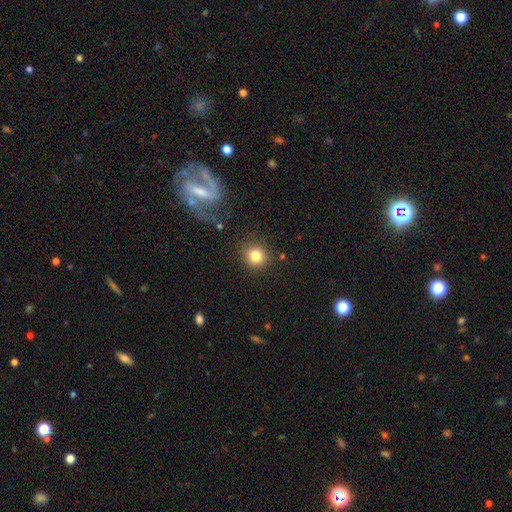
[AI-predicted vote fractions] This appears to be a smooth galaxy with no disk features (82%) that is round (90%). Merging: none (87%).